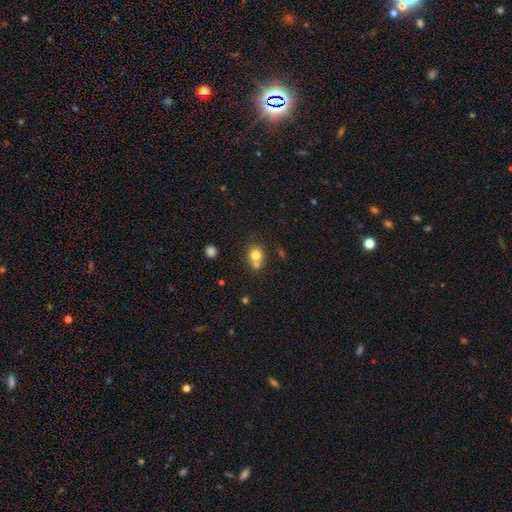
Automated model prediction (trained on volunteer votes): smooth_or_featured: smooth (p=0.76) [alt: featured or disk p=0.13]
how_rounded: round (p=0.77) [alt: in between p=0.22]
merging: none (p=0.44) [tied with: merger p=0.44]